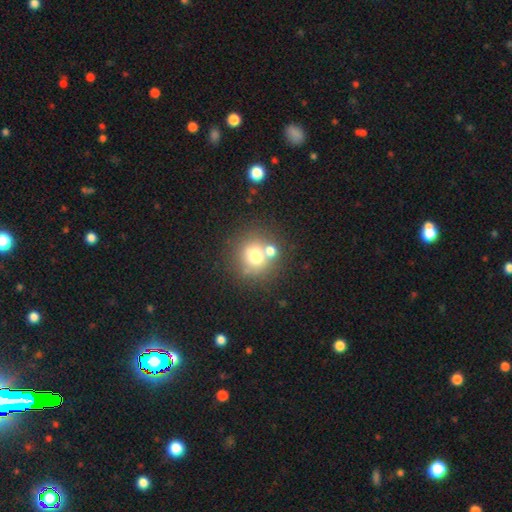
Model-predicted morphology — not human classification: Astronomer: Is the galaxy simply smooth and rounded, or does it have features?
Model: smooth — 68%.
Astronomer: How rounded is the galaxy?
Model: round — 89%.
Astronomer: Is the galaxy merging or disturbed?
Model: none — 60%.